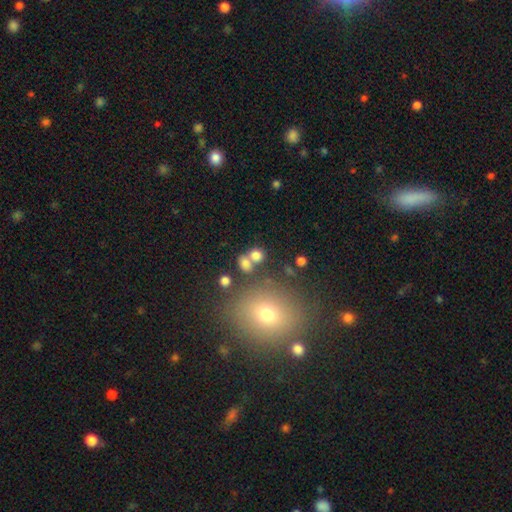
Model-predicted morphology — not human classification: Smooth or featured? Predicted: smooth (p=0.74). How rounded? Predicted: round (p=0.70). Merging? Predicted: none (p=0.52).